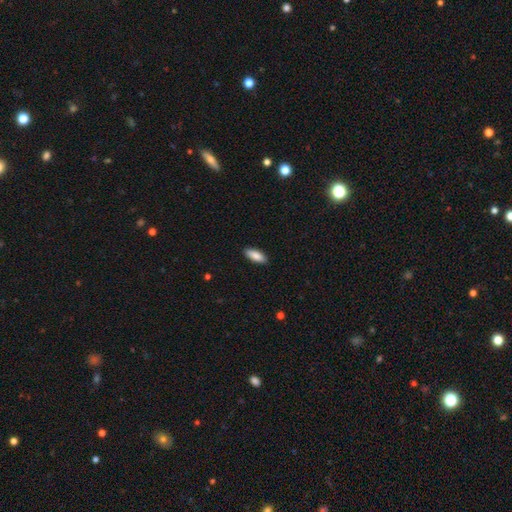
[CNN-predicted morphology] A smooth galaxy with no disk features (87%) that is in between round and cigar-shaped (75%). Merging: none (89%).